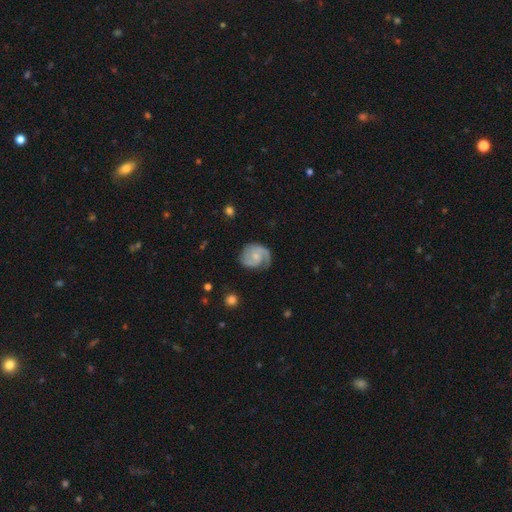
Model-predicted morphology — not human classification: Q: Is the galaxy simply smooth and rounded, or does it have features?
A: featured or disk — 81%.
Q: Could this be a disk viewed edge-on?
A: no — 98%.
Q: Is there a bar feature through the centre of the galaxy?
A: no — 66%.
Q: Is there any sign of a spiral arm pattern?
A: yes — 96%.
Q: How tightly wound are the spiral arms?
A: medium — 45%.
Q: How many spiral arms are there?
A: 2 — 70%.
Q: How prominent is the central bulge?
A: small — 58%.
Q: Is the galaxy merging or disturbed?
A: none — 68%.